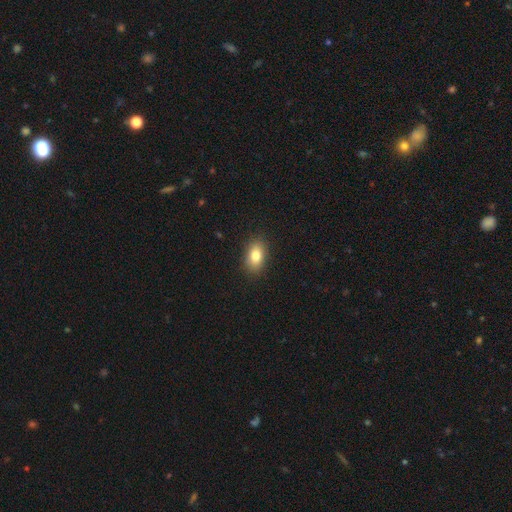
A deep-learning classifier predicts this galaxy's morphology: Q: Smooth or featured?
A: smooth (82%); runner-up: featured or disk (9%)
Q: How rounded?
A: in between (86%); runner-up: round (12%)
Q: Merging?
A: none (88%); runner-up: minor disturbance (9%)